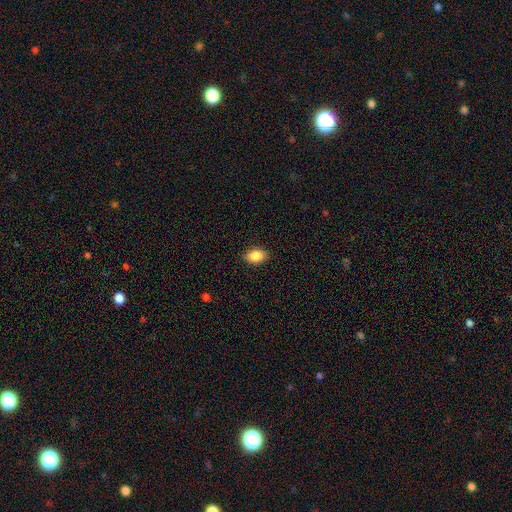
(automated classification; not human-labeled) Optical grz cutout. It shows a smooth galaxy with no disk features (88%) that is in between round and cigar-shaped (87%). Merging: none (87%).